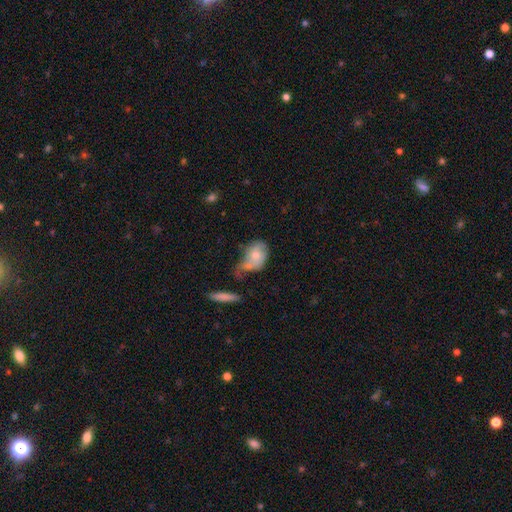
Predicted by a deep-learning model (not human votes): Overall: smooth (66%; featured or disk 27%). How rounded: in between (79%). Merging: merger (32%; none 26%).